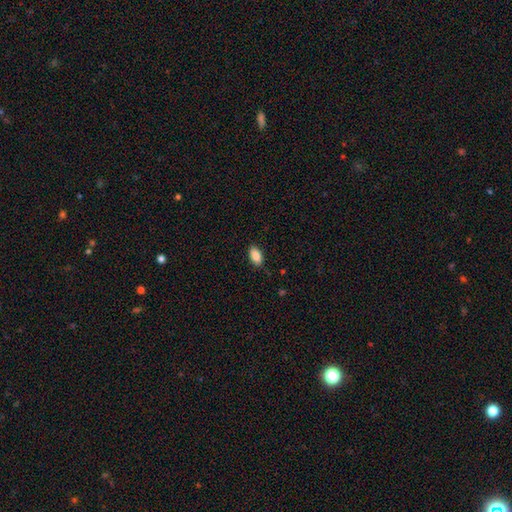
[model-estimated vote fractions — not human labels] Smooth or featured: smooth — 89% (star or artifact — 7%)
How rounded: in between — 93% (cigar-shaped — 4%)
Merging: none — 86% (minor disturbance — 11%)